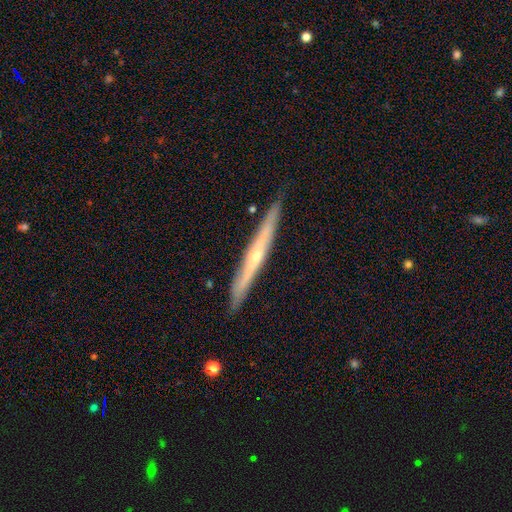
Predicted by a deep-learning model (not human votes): smooth_or_featured: featured or disk (p=0.69) [alt: smooth p=0.26]
disk_edge_on: yes (p=0.95) [alt: no p=0.05]
edge_on_bulge: rounded (p=0.66) [alt: none p=0.32]
merging: none (p=0.89) [alt: minor disturbance p=0.09]